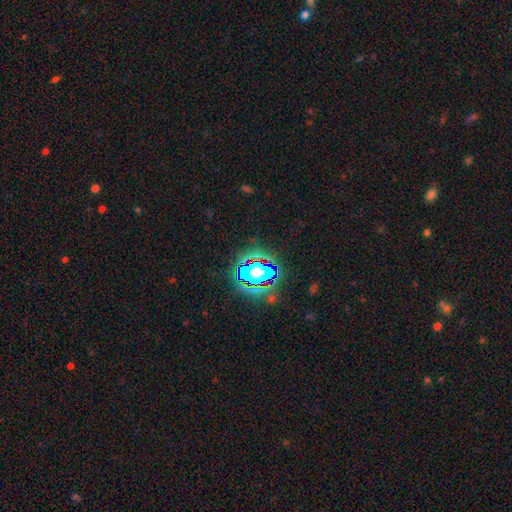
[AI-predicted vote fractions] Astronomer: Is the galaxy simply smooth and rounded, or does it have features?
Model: star or artifact — 81%.